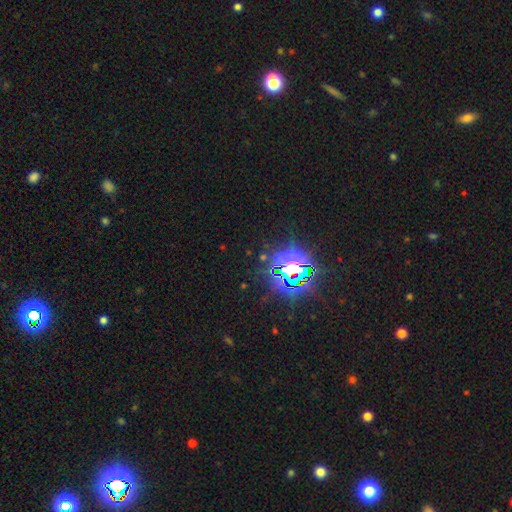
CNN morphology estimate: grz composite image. It shows a star or artifact, not a galaxy (81%).